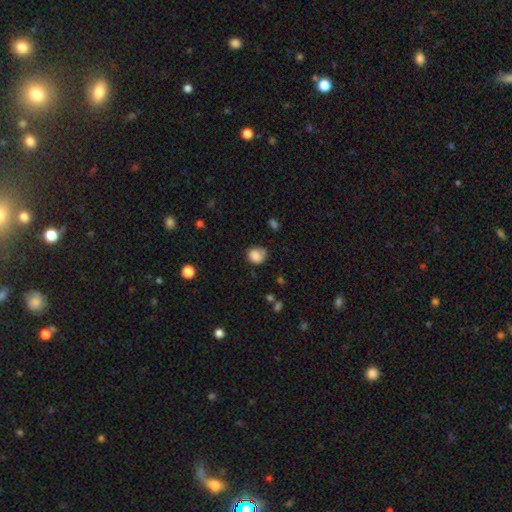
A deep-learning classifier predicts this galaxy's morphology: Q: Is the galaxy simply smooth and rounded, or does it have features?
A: smooth — 83%.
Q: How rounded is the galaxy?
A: round — 69%.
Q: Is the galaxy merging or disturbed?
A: none — 54%.